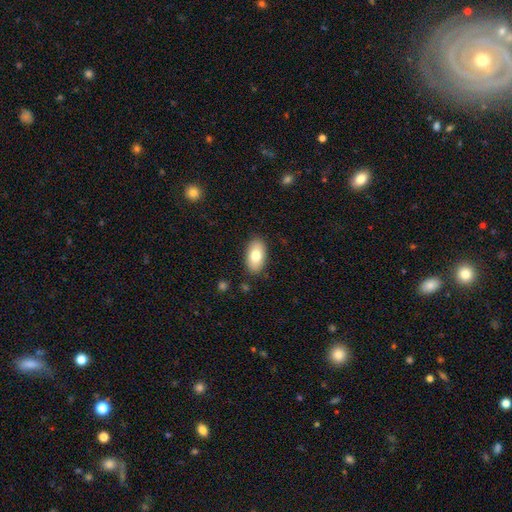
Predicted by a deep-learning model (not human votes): Smooth or featured?
  - smooth: 79% *
  - featured or disk: 14%
  - star or artifact: 6%
How rounded?
  - in between: 94% *
  - round: 4%
  - cigar-shaped: 2%
Merging?
  - none: 87% *
  - minor disturbance: 9%
  - major disturbance: 2%
  - merger: 1%